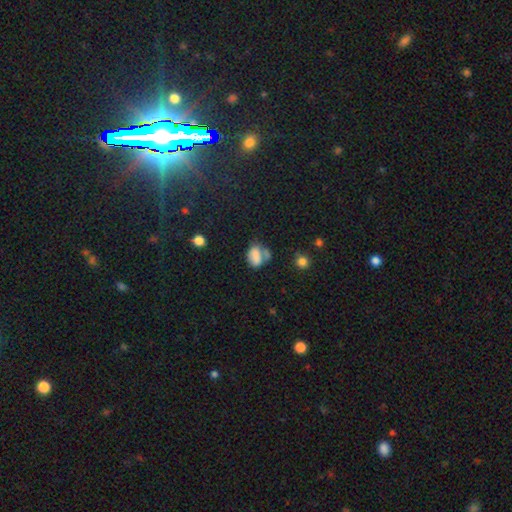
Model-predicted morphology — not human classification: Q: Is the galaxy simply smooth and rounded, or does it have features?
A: smooth — 75%.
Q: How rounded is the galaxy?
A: in between — 79%.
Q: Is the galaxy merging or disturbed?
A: none — 34%.